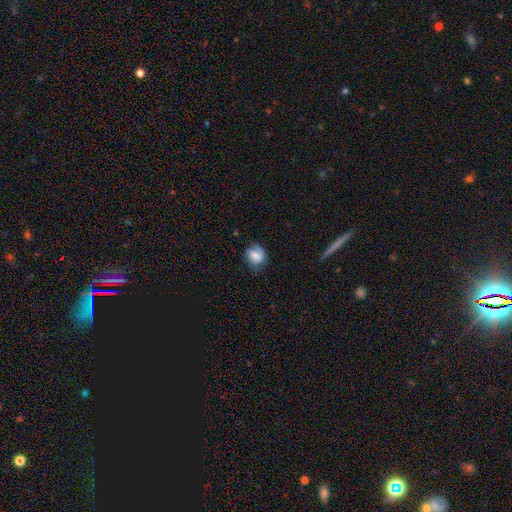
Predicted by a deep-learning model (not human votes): smooth-or-featured: smooth: 61% | featured or disk: 31% | star or artifact: 8%
  how-rounded: round: 53% | in between: 46% | cigar-shaped: 1%
  merging: none: 59% | minor disturbance: 27% | major disturbance: 12% | merger: 2%